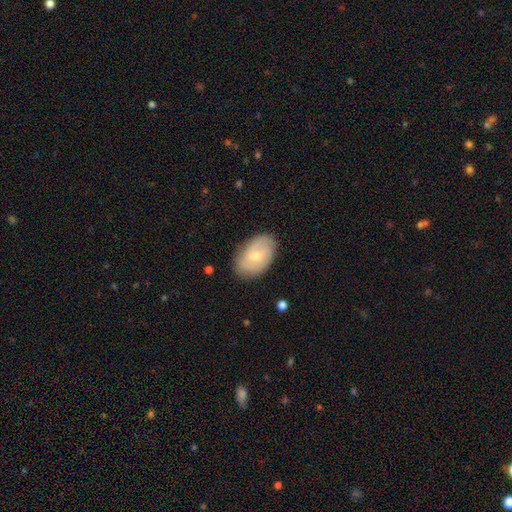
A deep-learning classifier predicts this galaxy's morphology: smooth_or_featured: smooth (p=0.54) [alt: featured or disk p=0.40]
how_rounded: in between (p=0.89) [alt: round p=0.09]
merging: none (p=0.81) [alt: minor disturbance p=0.14]